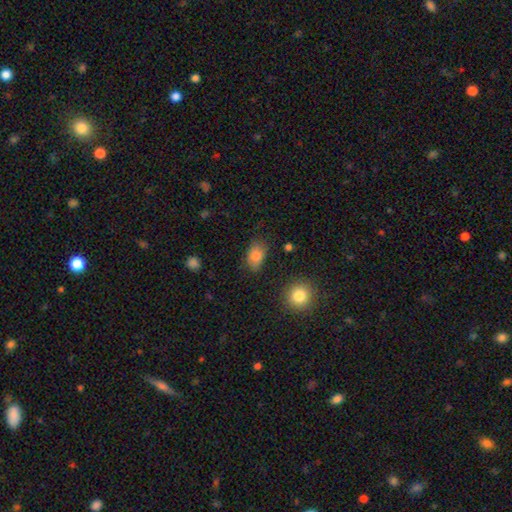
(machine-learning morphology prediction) This is clearly a smooth galaxy (84%). How rounded: clearly in between (84%). Merging: likely none (73%).